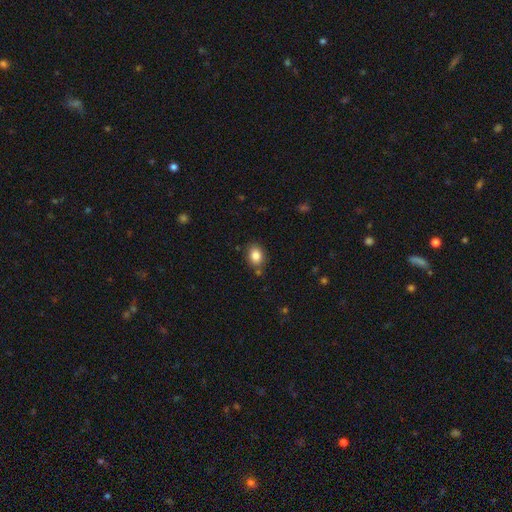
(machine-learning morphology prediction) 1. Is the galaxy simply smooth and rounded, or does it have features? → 84% smooth, 9% star or artifact, 7% featured or disk.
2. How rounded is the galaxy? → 66% in between, 33% round, 1% cigar-shaped.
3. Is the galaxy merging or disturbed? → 81% none, 12% minor disturbance, 4% merger, 3% major disturbance.